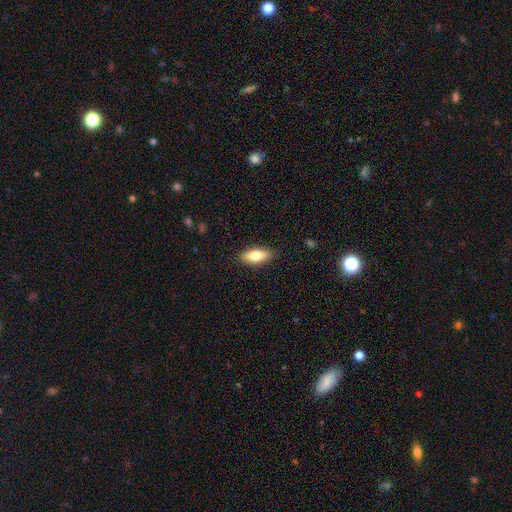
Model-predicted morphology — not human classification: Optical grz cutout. It shows a smooth galaxy with no disk features (75%) that is in between round and cigar-shaped (77%). Merging: none (87%).